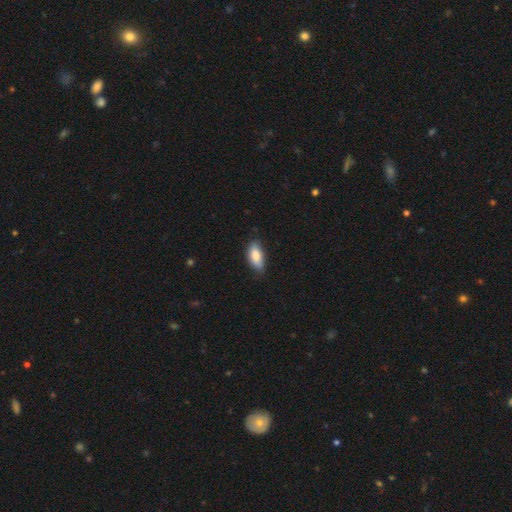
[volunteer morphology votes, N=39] Smooth or featured: smooth — 92% (featured or disk — 8%)
How rounded: in between — 81% (cigar-shaped — 17%)
Merging: none — 82% (minor disturbance — 18%)